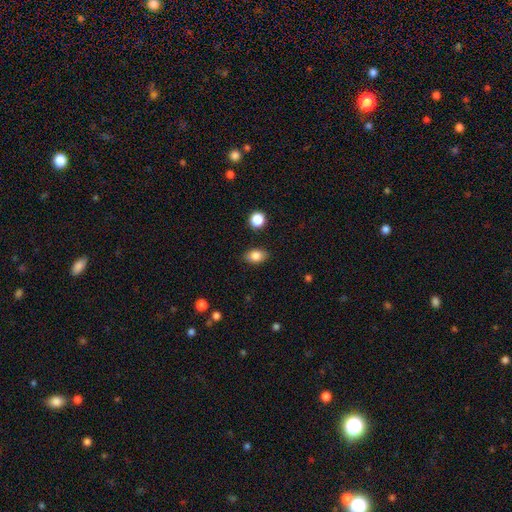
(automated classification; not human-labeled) Smooth or featured?
  - smooth: 83% *
  - star or artifact: 9%
  - featured or disk: 7%
How rounded?
  - in between: 78% *
  - round: 20%
  - cigar-shaped: 2%
Merging?
  - none: 85% *
  - minor disturbance: 11%
  - major disturbance: 3%
  - merger: 2%